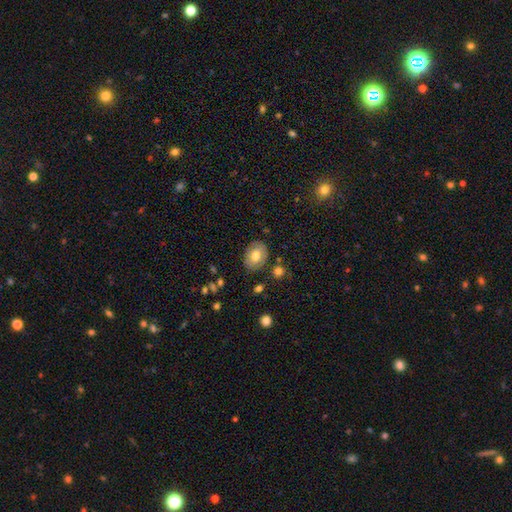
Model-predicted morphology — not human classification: This is likely a smooth galaxy (69%). How rounded: likely in between (73%). Merging: clearly none (80%).